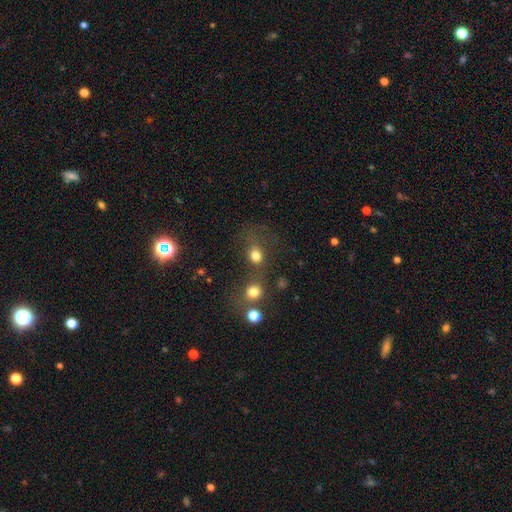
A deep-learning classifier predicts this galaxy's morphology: This is likely a smooth galaxy (76%). How rounded: likely round (62%). Merging: marginally none (44%).